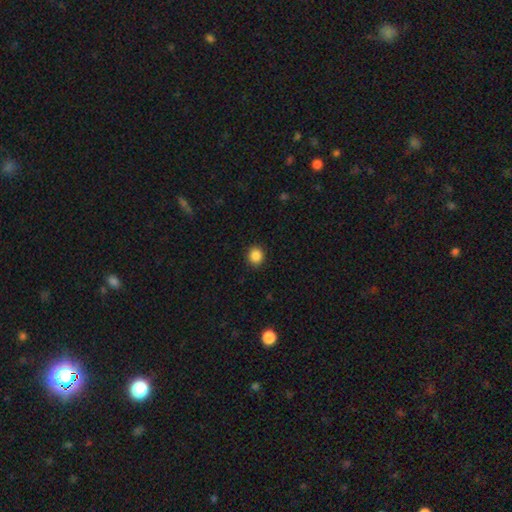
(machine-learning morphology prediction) Smooth or featured? smooth (87%)
How rounded? round (86%)
Merging? none (91%)